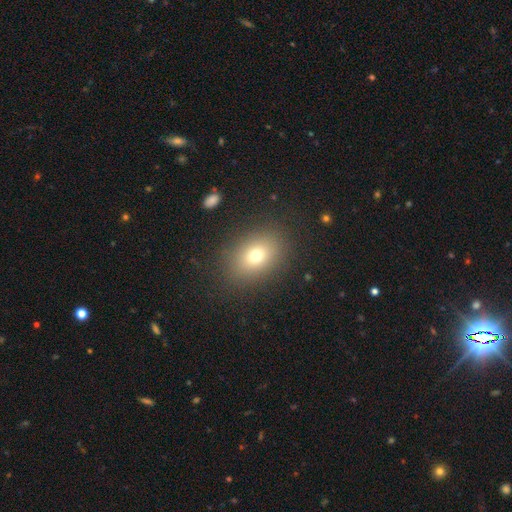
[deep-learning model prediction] Smooth or featured: smooth — 72% (star or artifact — 15%)
How rounded: in between — 66% (round — 33%)
Merging: none — 86% (minor disturbance — 9%)